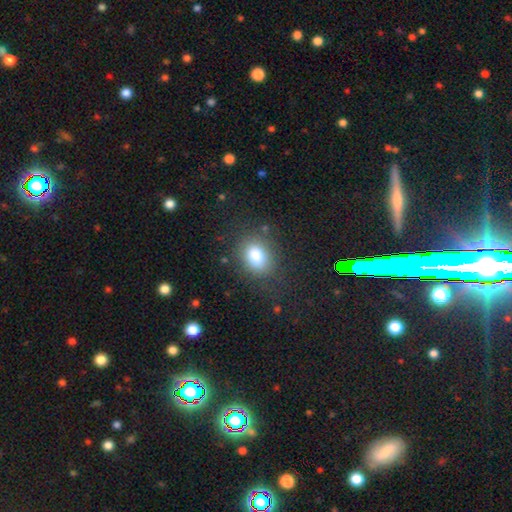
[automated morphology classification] smooth 82%, star or artifact 10%, featured or disk 8%. Down the decision tree: how rounded — in between (64%); merging — none (78%).